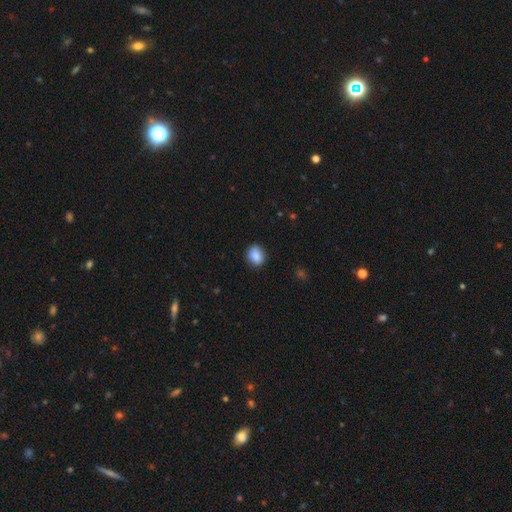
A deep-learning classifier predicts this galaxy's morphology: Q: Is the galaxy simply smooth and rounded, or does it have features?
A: smooth — 86%.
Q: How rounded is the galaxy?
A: round — 50%.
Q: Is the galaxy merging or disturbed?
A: none — 85%.